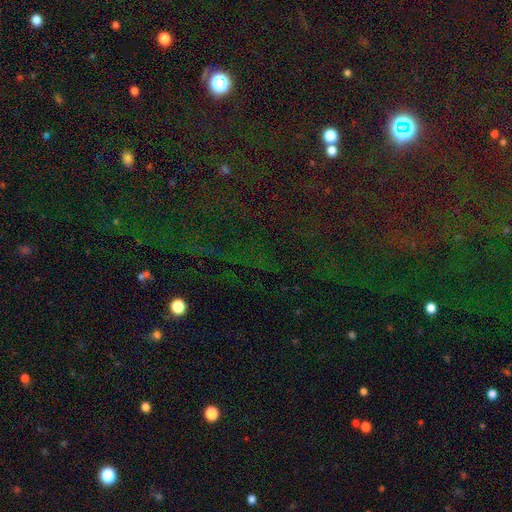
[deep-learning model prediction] star or artifact 78%, smooth 14%, featured or disk 9%.